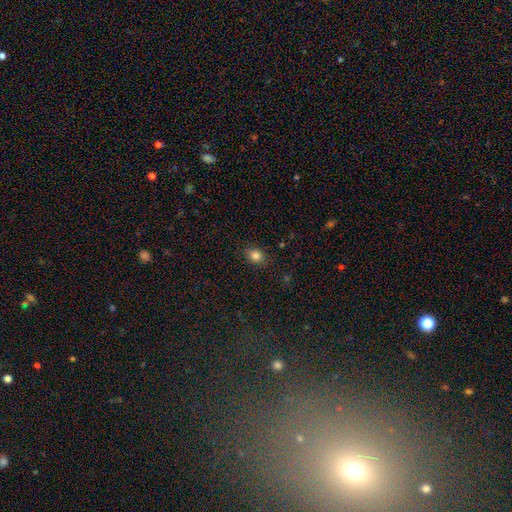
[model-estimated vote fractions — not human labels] Smooth or featured? Predicted: smooth (p=0.84). How rounded? Predicted: in between (p=0.62). Merging? Predicted: none (p=0.86).